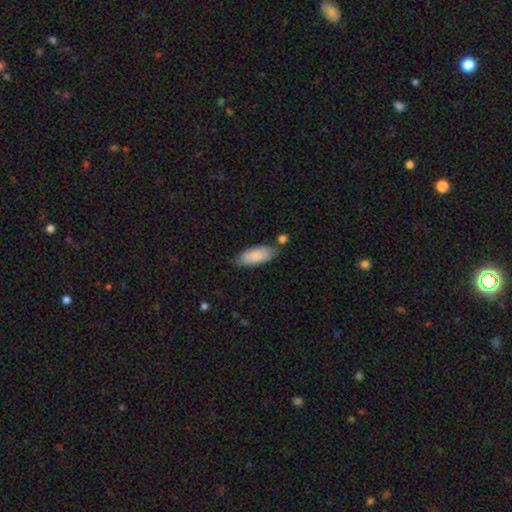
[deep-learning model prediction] Overall: smooth (84%). How rounded: in between (82%). Merging: none (64%).